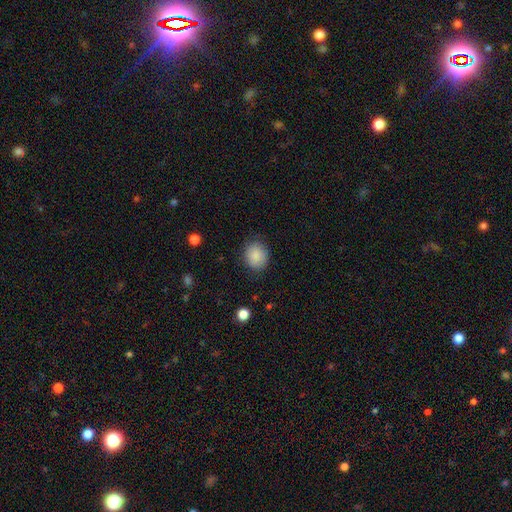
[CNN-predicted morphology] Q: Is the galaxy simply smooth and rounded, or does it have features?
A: smooth — 88%.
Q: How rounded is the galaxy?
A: round — 64%.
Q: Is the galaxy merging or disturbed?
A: none — 84%.